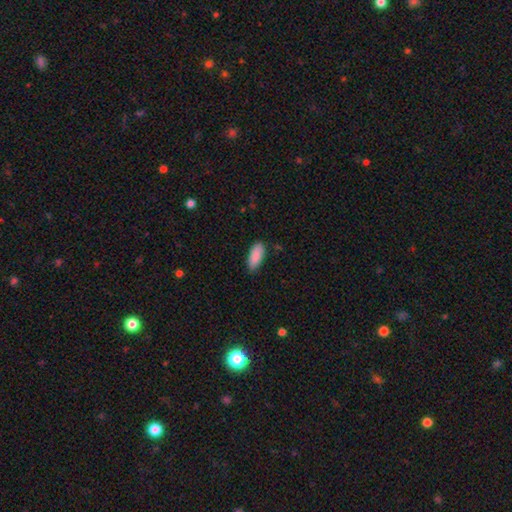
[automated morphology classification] Q: Smooth or featured?
A: smooth (89%); runner-up: star or artifact (6%)
Q: How rounded?
A: in between (84%); runner-up: cigar-shaped (15%)
Q: Merging?
A: none (82%); runner-up: minor disturbance (14%)